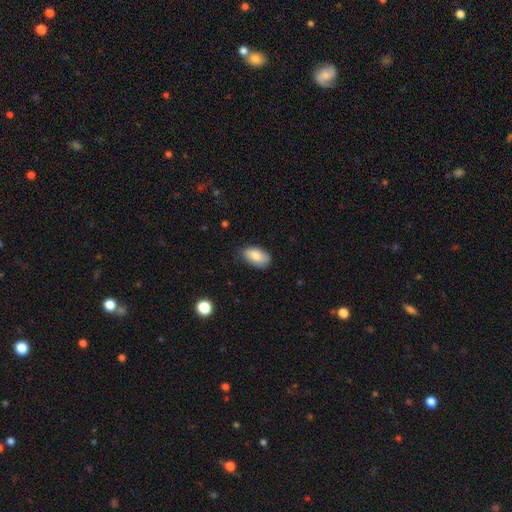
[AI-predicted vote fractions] Q: Smooth or featured?
A: smooth (83%); runner-up: featured or disk (11%)
Q: How rounded?
A: in between (93%); runner-up: round (5%)
Q: Merging?
A: none (78%); runner-up: minor disturbance (18%)